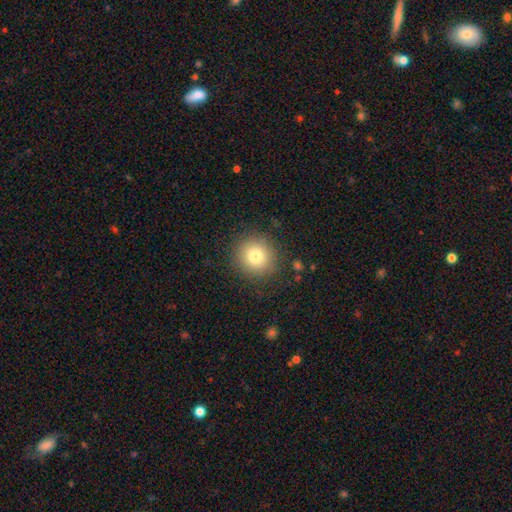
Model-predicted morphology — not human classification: This is likely a smooth galaxy (78%). How rounded: clearly round (91%). Merging: clearly none (90%).